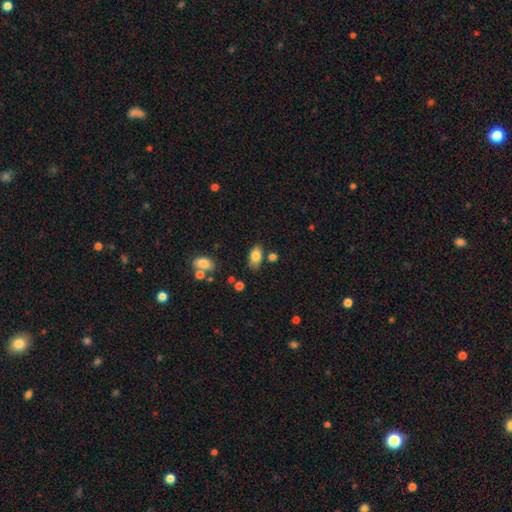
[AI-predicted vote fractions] Q: Smooth or featured?
A: smooth (83%); runner-up: featured or disk (9%)
Q: How rounded?
A: in between (91%); runner-up: round (6%)
Q: Merging?
A: none (68%); runner-up: minor disturbance (20%)